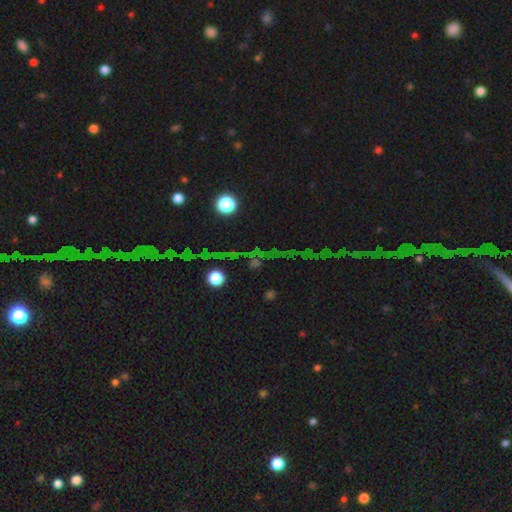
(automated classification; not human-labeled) Smooth or featured: star or artifact — 63% (smooth — 20%)